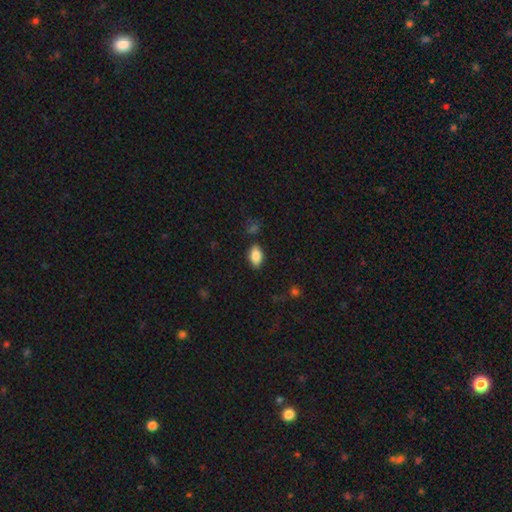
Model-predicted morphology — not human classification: smooth_or_featured: smooth (p=0.84) [alt: featured or disk p=0.08]
how_rounded: in between (p=0.91) [alt: round p=0.06]
merging: none (p=0.84) [alt: minor disturbance p=0.12]